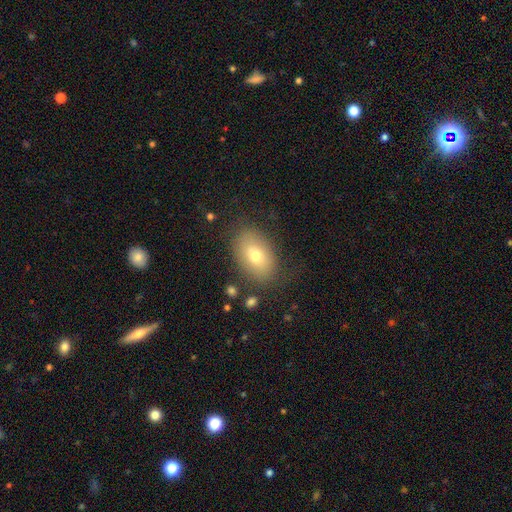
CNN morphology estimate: Q: Smooth or featured?
A: smooth (70%); runner-up: featured or disk (20%)
Q: How rounded?
A: in between (86%); runner-up: round (12%)
Q: Merging?
A: none (77%); runner-up: minor disturbance (15%)